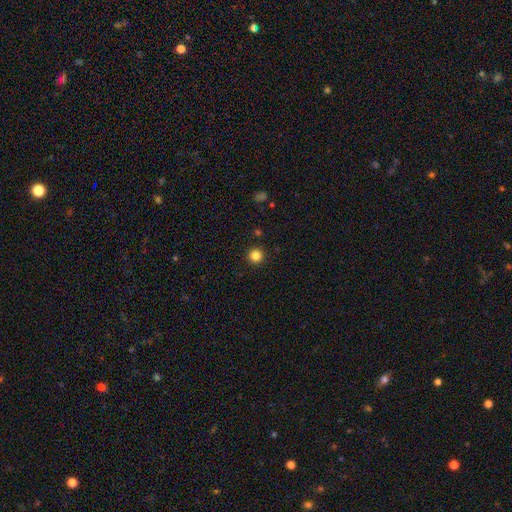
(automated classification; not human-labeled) This is clearly a smooth galaxy (84%). How rounded: clearly round (96%). Merging: clearly none (93%).